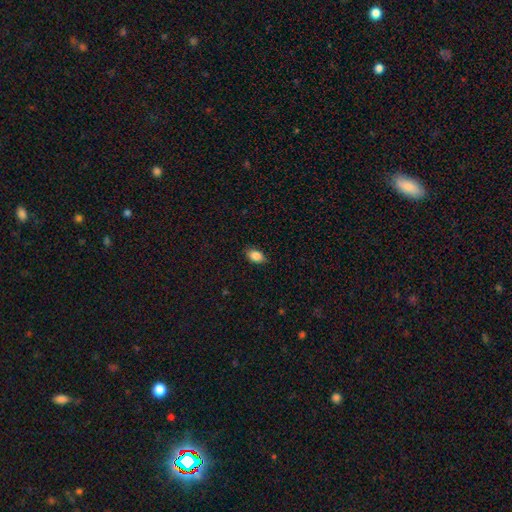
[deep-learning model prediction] A smooth galaxy with no disk features (86%) that is in between round and cigar-shaped (85%). Merging: none (85%).